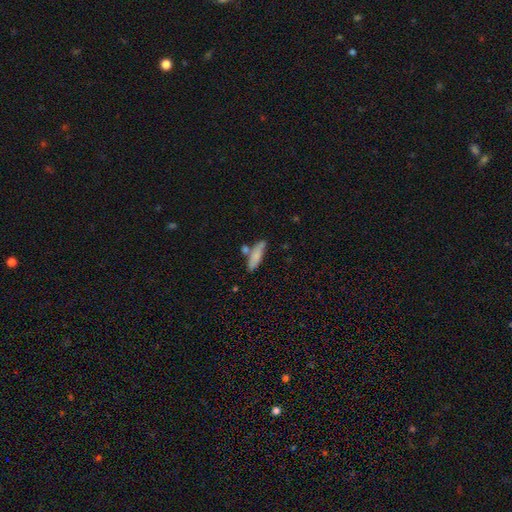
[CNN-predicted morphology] Smooth or featured?
  - smooth: 76% *
  - featured or disk: 17%
  - star or artifact: 7%
How rounded?
  - cigar-shaped: 63% *
  - in between: 35%
  - round: 2%
Merging?
  - none: 60% *
  - merger: 18%
  - minor disturbance: 17%
  - major disturbance: 5%